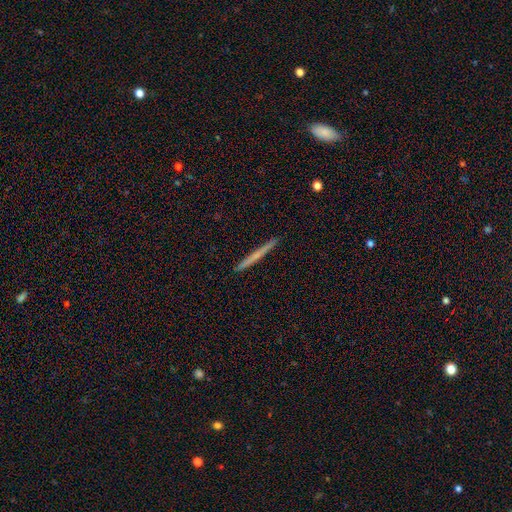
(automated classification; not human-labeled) A smooth galaxy with no disk features (48%). Merging: none (93%).